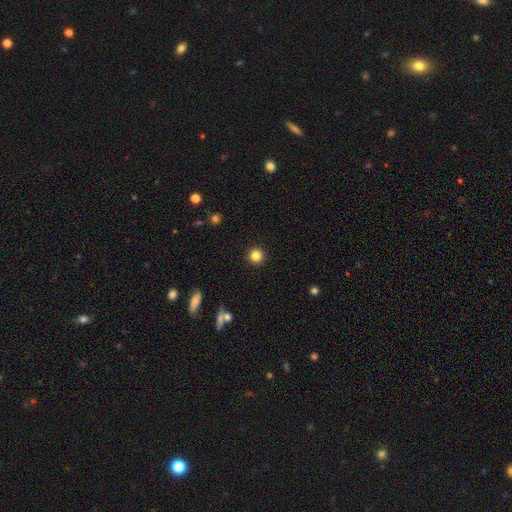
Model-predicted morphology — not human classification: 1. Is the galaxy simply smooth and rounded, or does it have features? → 84% smooth, 12% star or artifact, 5% featured or disk.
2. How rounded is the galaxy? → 95% round, 4% in between, 1% cigar-shaped.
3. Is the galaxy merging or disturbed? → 93% none, 5% minor disturbance, 2% major disturbance, 1% merger.